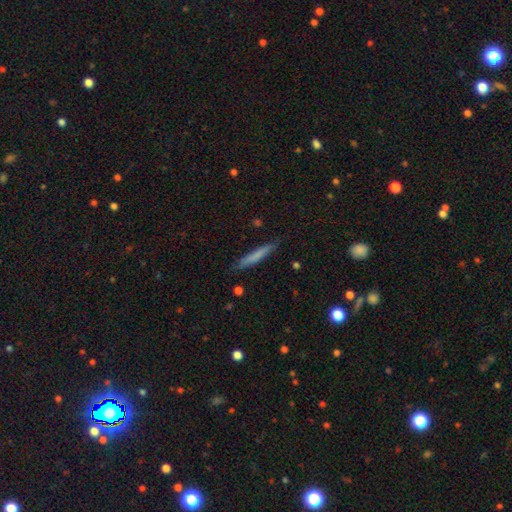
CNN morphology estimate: Smooth or featured? smooth (71%)
How rounded? cigar-shaped (94%)
Merging? none (84%)